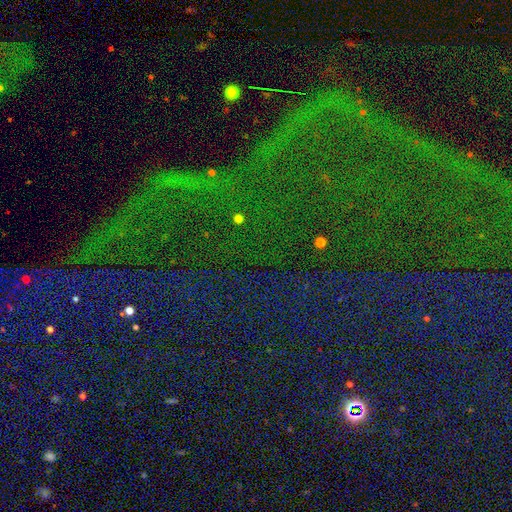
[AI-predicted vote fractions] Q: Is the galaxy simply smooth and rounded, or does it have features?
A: star or artifact — 83%.